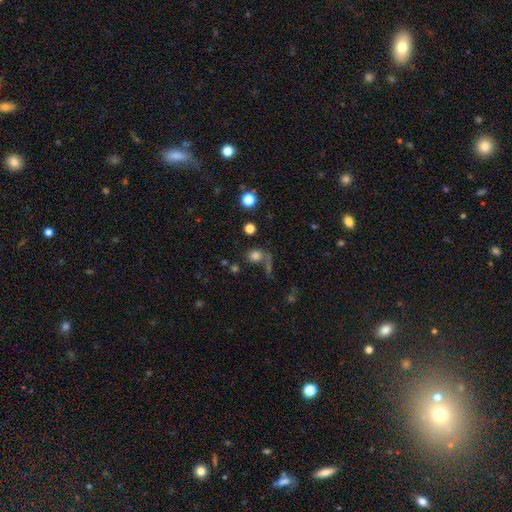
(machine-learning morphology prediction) smooth 76%, star or artifact 16%, featured or disk 8%. Down the decision tree: how rounded — round (78%); merging — none (63%).